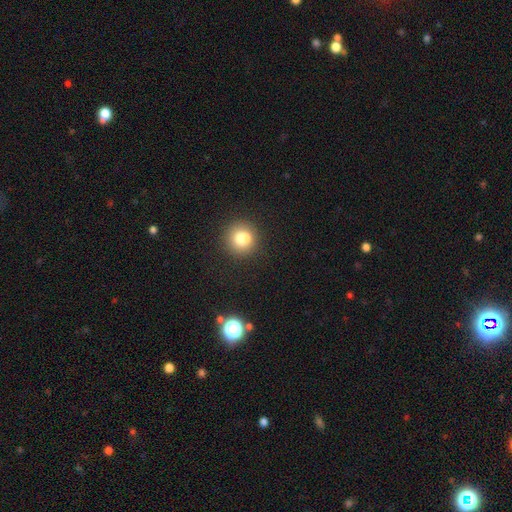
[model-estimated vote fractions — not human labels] Overall: smooth (54%; star or artifact 40%). How rounded: round (94%). Merging: none (91%).